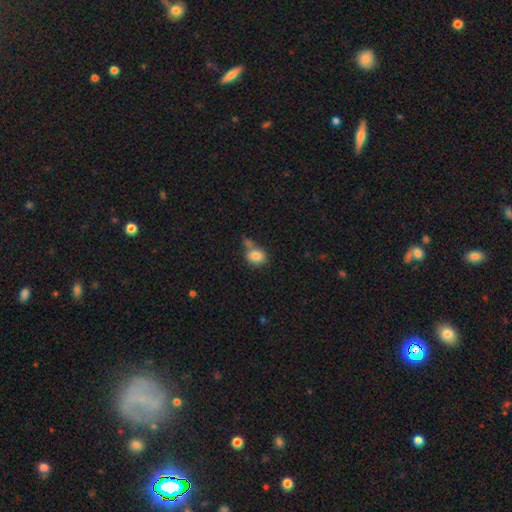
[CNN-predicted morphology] Smooth or featured? Predicted: smooth (p=0.82). How rounded? Predicted: round (p=0.66). Merging? Predicted: none (p=0.45).